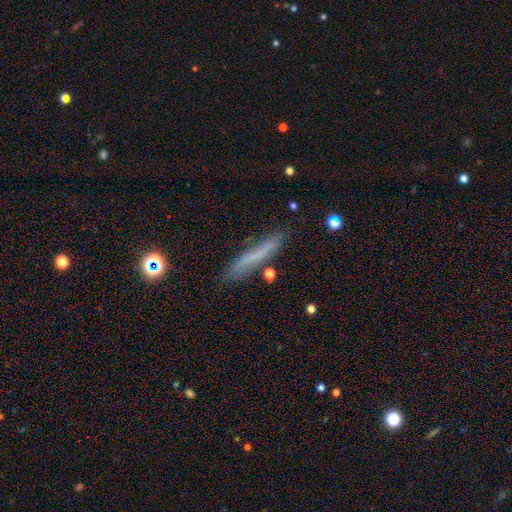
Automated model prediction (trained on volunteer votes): smooth_or_featured: smooth (p=0.55) [alt: featured or disk p=0.33]
how_rounded: cigar-shaped (p=0.92) [alt: in between p=0.06]
merging: none (p=0.74) [alt: minor disturbance p=0.18]